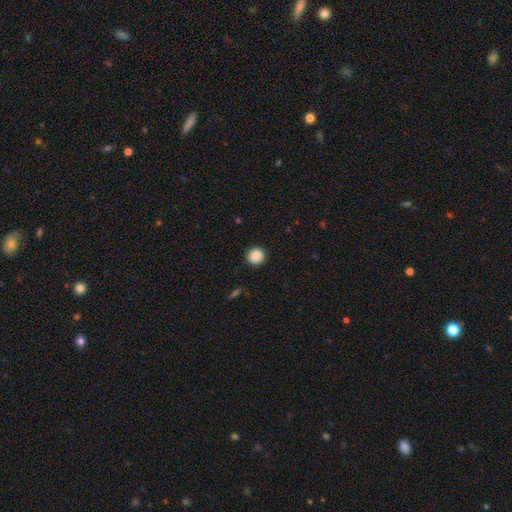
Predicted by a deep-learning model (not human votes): smooth_or_featured: smooth (p=0.88) [alt: star or artifact p=0.08]
how_rounded: round (p=0.94) [alt: in between p=0.05]
merging: none (p=0.91) [alt: minor disturbance p=0.06]